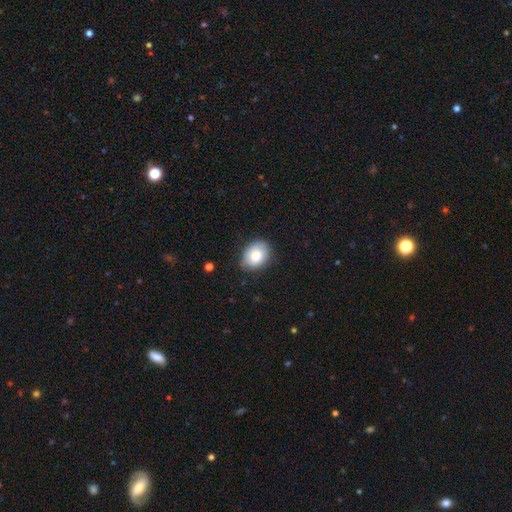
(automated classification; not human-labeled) A smooth galaxy with no disk features (79%) that is in between round and cigar-shaped (70%). Merging: none (78%).